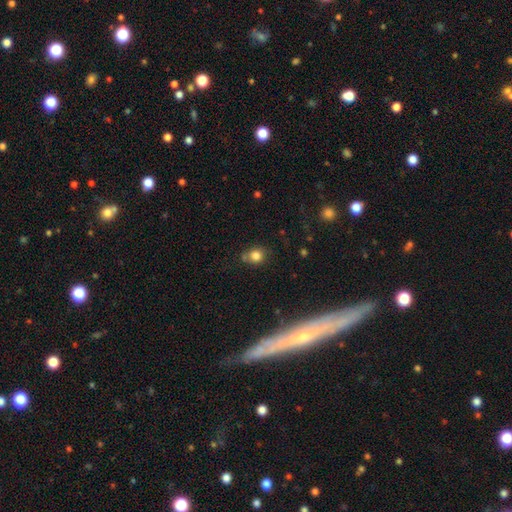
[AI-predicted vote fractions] Smooth or featured: smooth — 80% (star or artifact — 12%)
How rounded: round — 73% (in between — 26%)
Merging: none — 67% (minor disturbance — 18%)